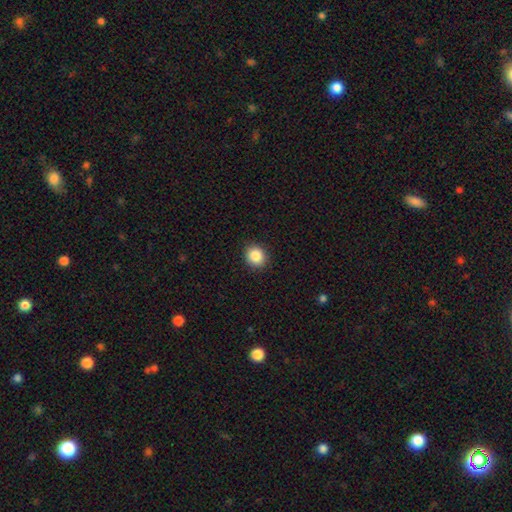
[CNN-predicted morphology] Overall: smooth (87%). How rounded: round (79%). Merging: none (91%).